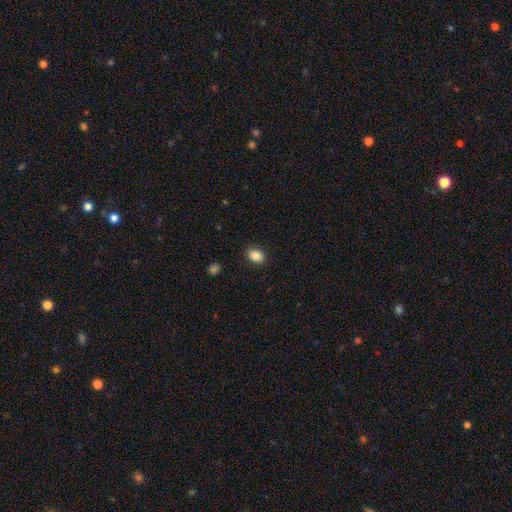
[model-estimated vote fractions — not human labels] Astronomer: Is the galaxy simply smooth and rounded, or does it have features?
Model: smooth — 87%.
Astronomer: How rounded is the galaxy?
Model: in between — 72%.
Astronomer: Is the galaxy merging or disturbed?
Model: none — 88%.